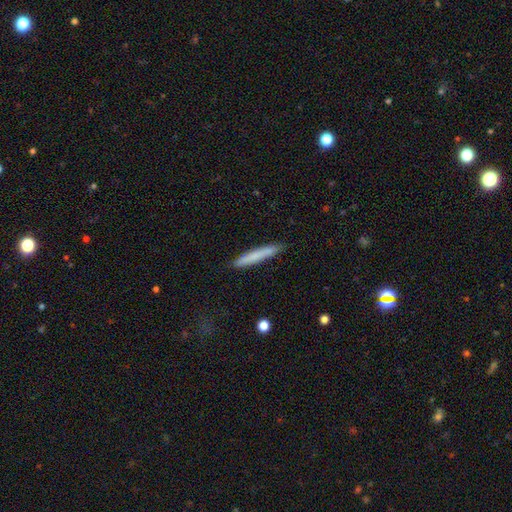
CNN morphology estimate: Smooth or featured?
  - smooth: 74% *
  - featured or disk: 20%
  - star or artifact: 6%
How rounded?
  - cigar-shaped: 96% *
  - in between: 3%
  - round: 1%
Merging?
  - none: 89% *
  - minor disturbance: 8%
  - major disturbance: 2%
  - merger: 1%